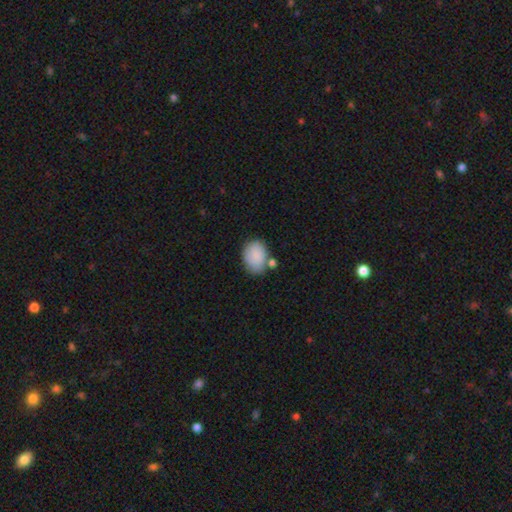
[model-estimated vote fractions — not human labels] A smooth galaxy with no disk features (82%) that is in between round and cigar-shaped (71%). Merging: none (57%).